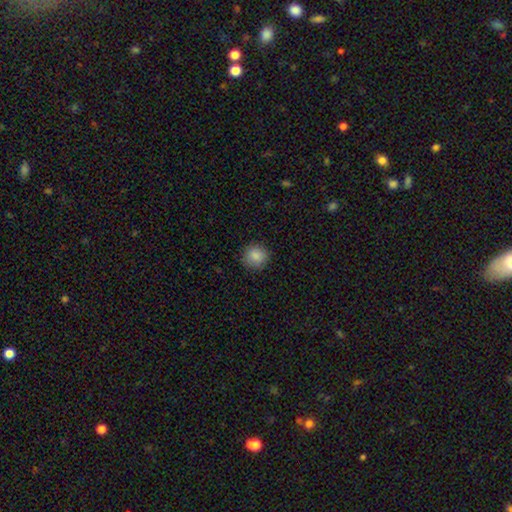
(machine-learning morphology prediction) A smooth galaxy with no disk features (87%) that is round (91%).

Vote fractions:
- Smooth or featured? smooth: 87% / star or artifact: 9% / featured or disk: 4%
- How rounded? round: 91% / in between: 8% / cigar-shaped: 1%
- Merging? none: 89% / minor disturbance: 8% / major disturbance: 2% / merger: 1%